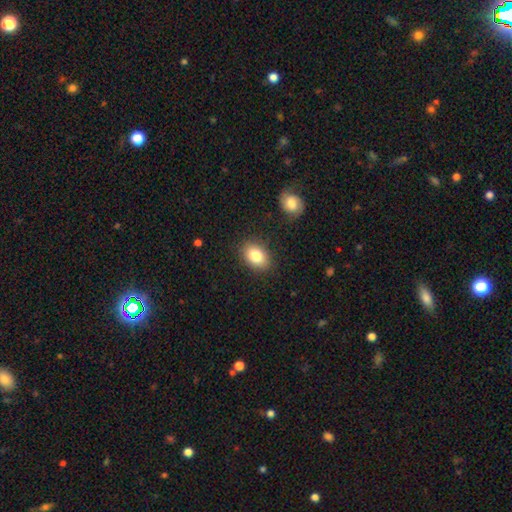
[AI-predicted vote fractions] smooth_or_featured: smooth (p=0.82) [alt: featured or disk p=0.10]
how_rounded: in between (p=0.75) [alt: round p=0.24]
merging: none (p=0.86) [alt: minor disturbance p=0.09]